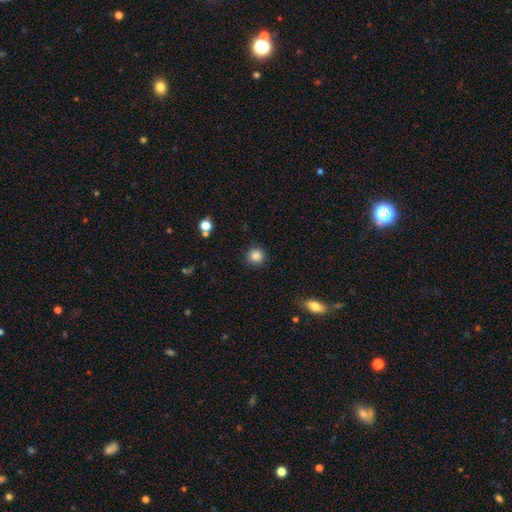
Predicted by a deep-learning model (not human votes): This appears to be a smooth galaxy with no disk features (85%) that is round (92%). Merging: none (89%).